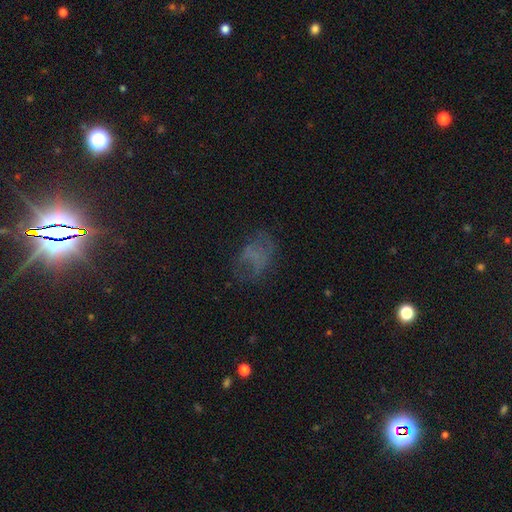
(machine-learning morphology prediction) type=smooth (40%); merging=none (50%).